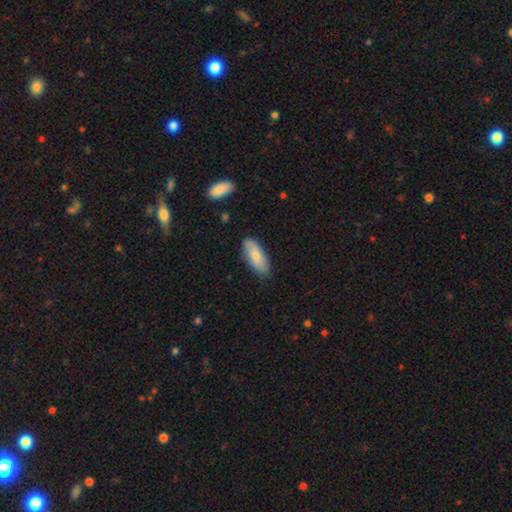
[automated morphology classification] Overall: smooth (77%). How rounded: in between (78%). Merging: none (81%).